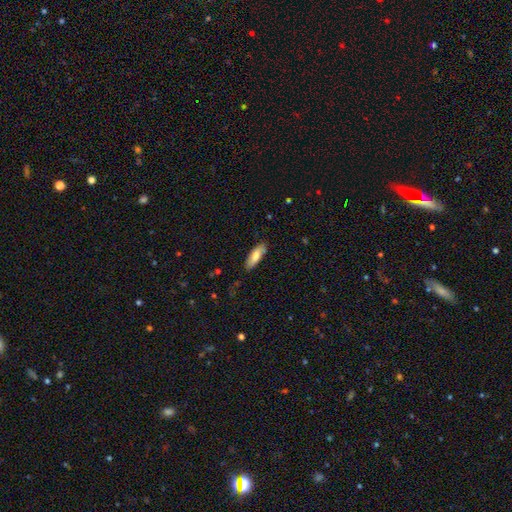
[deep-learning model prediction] Smooth or featured? smooth (75%)
How rounded? in between (60%)
Merging? none (83%)